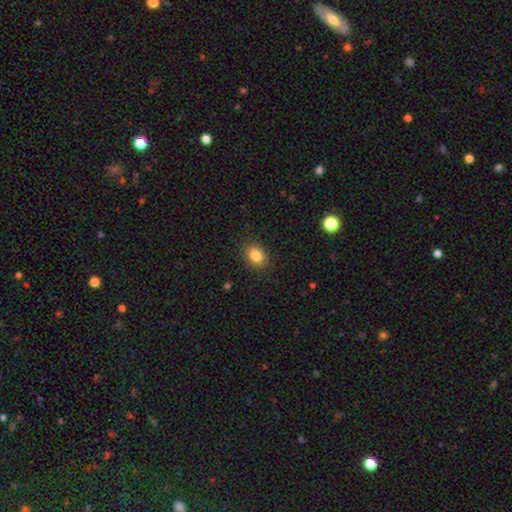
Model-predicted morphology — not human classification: The model was most divided on "how rounded": in between: 64%, round: 35%, cigar-shaped: 1%. More confident: merging — none (88%); smooth or featured — smooth (84%).